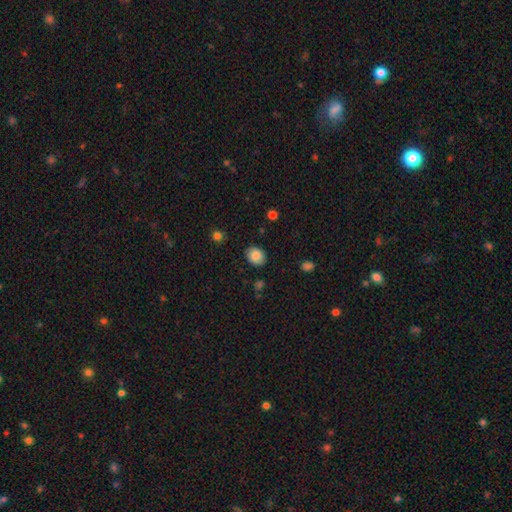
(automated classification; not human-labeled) Smooth or featured?
  - smooth: 84% *
  - star or artifact: 8%
  - featured or disk: 7%
How rounded?
  - in between: 57% *
  - round: 43%
  - cigar-shaped: 1%
Merging?
  - none: 86% *
  - minor disturbance: 10%
  - major disturbance: 2%
  - merger: 1%